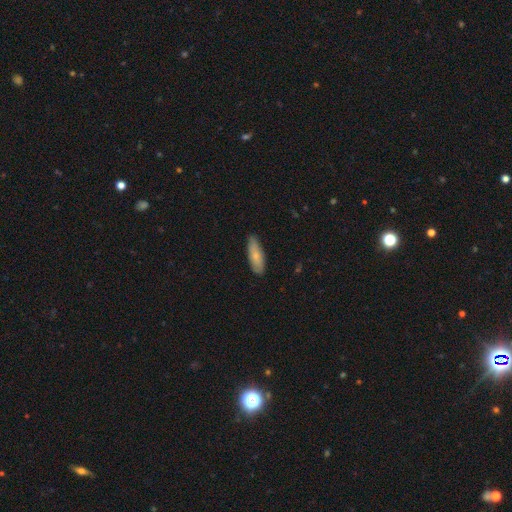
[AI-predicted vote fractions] smooth 70%, featured or disk 25%, star or artifact 6%. Down the decision tree: how rounded — in between (57%); merging — none (82%).